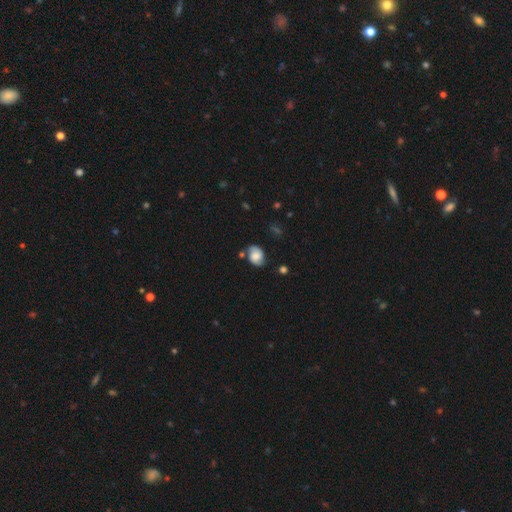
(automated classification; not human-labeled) Smooth or featured: smooth — 48% (featured or disk — 43%)
Merging: none — 62% (minor disturbance — 23%)